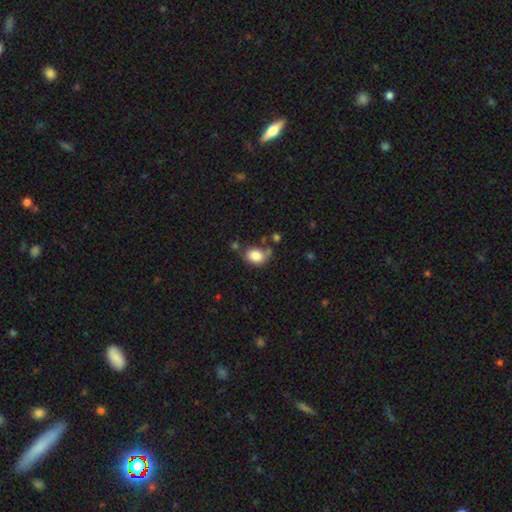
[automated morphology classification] Smooth or featured? smooth (85%)
How rounded? in between (64%)
Merging? none (62%)